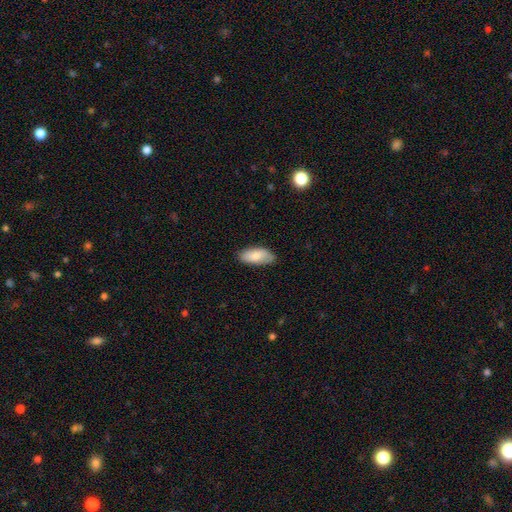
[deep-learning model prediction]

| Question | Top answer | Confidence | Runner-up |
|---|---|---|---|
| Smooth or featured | smooth | 82% | featured or disk (12%) |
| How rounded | in between | 88% | cigar-shaped (10%) |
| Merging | none | 80% | minor disturbance (16%) |